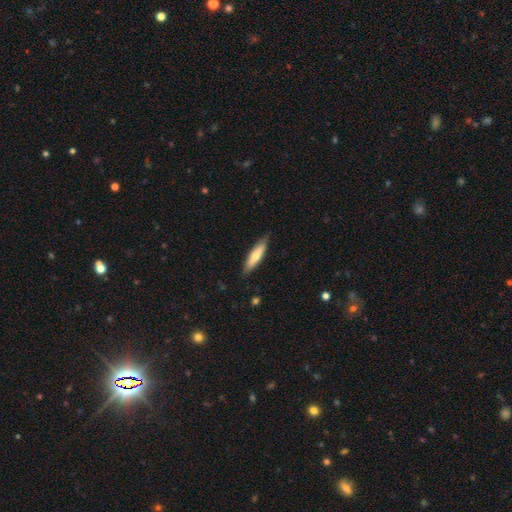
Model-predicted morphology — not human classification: Smooth or featured? Predicted: smooth (p=0.65). How rounded? Predicted: cigar-shaped (p=0.74). Merging? Predicted: none (p=0.83).